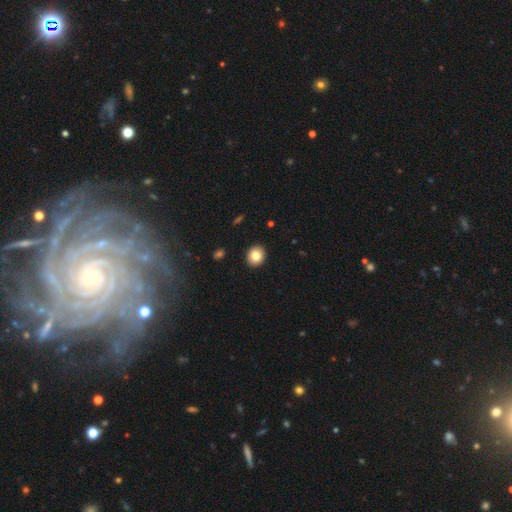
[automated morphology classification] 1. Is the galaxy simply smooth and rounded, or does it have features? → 82% smooth, 9% star or artifact, 9% featured or disk.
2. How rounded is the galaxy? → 76% round, 23% in between, 1% cigar-shaped.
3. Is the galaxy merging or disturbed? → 92% none, 5% minor disturbance, 2% major disturbance, 1% merger.